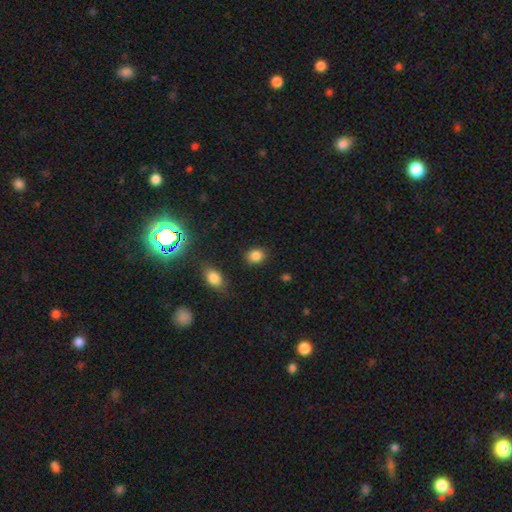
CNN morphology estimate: Smooth or featured?
  - smooth: 84% *
  - star or artifact: 11%
  - featured or disk: 5%
How rounded?
  - round: 51% *
  - in between: 48%
  - cigar-shaped: 1%
Merging?
  - none: 86% *
  - minor disturbance: 9%
  - major disturbance: 3%
  - merger: 2%